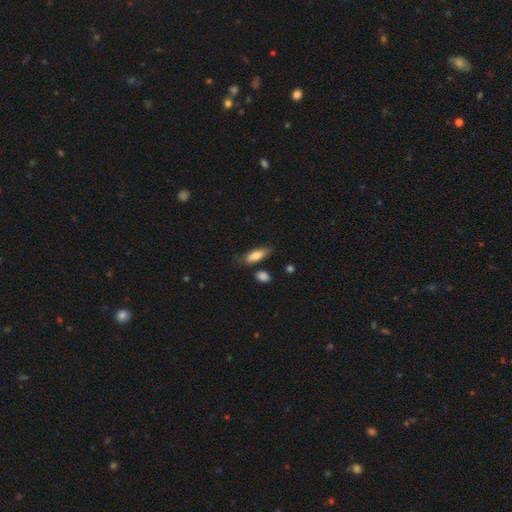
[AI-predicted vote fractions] smooth_or_featured: smooth (p=0.76) [alt: featured or disk p=0.18]
how_rounded: in between (p=0.59) [alt: cigar-shaped p=0.38]
merging: none (p=0.72) [alt: minor disturbance p=0.18]